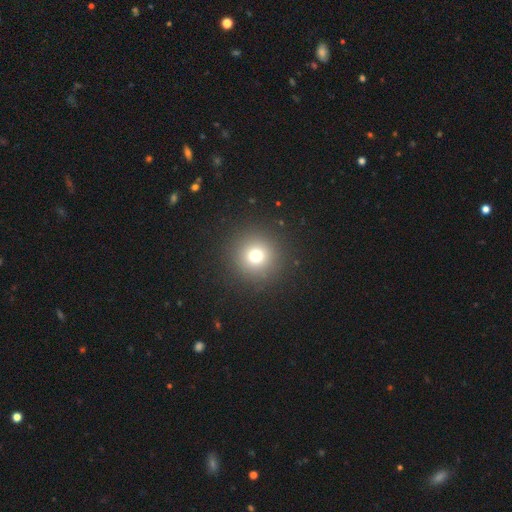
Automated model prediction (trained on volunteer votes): smooth_or_featured: smooth (p=0.73) [alt: star or artifact p=0.17]
how_rounded: round (p=0.95) [alt: in between p=0.04]
merging: none (p=0.91) [alt: minor disturbance p=0.05]